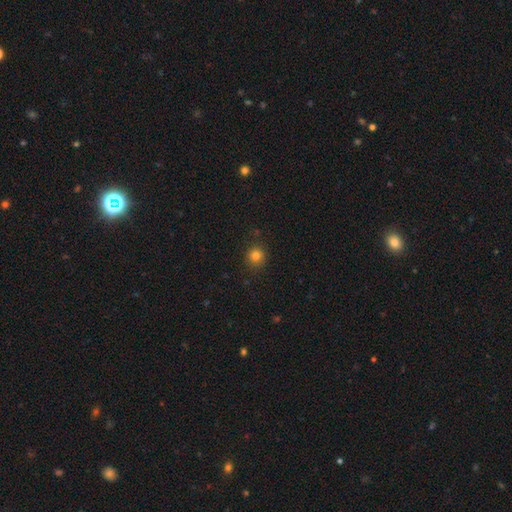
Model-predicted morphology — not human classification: Overall: smooth (82%). How rounded: round (91%). Merging: none (89%).